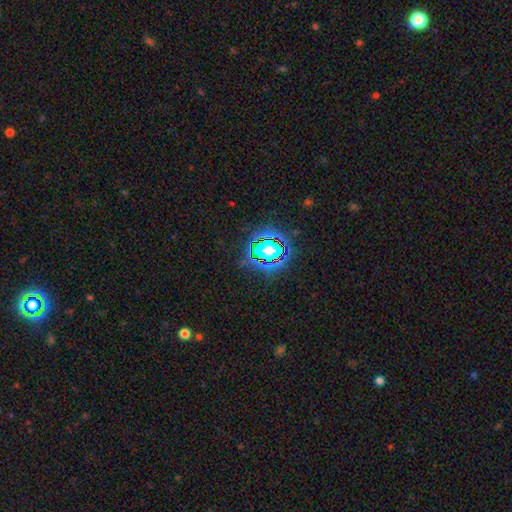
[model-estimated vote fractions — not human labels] This is likely a star or artifact rather than a galaxy (79%).